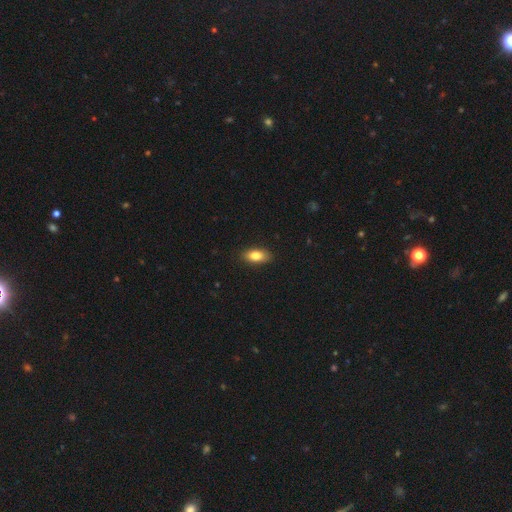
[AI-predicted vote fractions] Smooth or featured? Predicted: smooth (p=0.82). How rounded? Predicted: in between (p=0.86). Merging? Predicted: none (p=0.87).